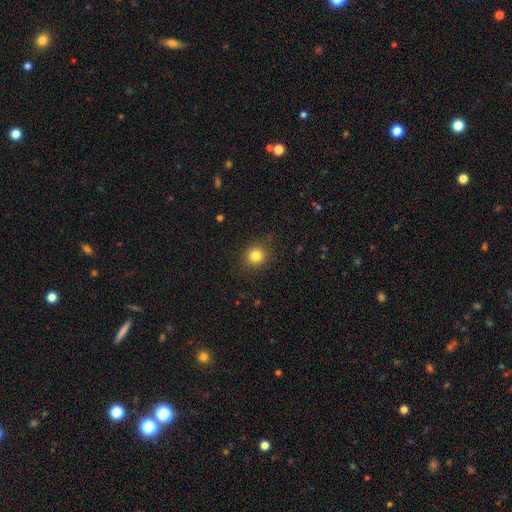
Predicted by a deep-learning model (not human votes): Smooth or featured: smooth — 82% (star or artifact — 12%)
How rounded: round — 87% (in between — 12%)
Merging: none — 87% (minor disturbance — 9%)